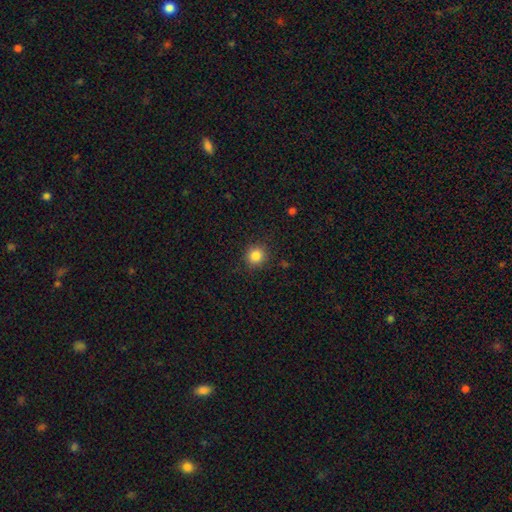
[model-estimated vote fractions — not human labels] smooth_or_featured: smooth (p=0.85) [alt: star or artifact p=0.11]
how_rounded: round (p=0.91) [alt: in between p=0.08]
merging: none (p=0.89) [alt: minor disturbance p=0.07]